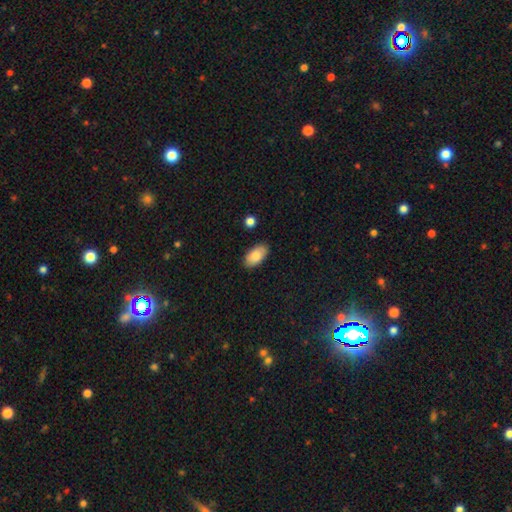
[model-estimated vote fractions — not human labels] Smooth or featured?
  - smooth: 83% *
  - featured or disk: 10%
  - star or artifact: 7%
How rounded?
  - in between: 94% *
  - round: 3%
  - cigar-shaped: 2%
Merging?
  - none: 86% *
  - minor disturbance: 10%
  - major disturbance: 2%
  - merger: 2%